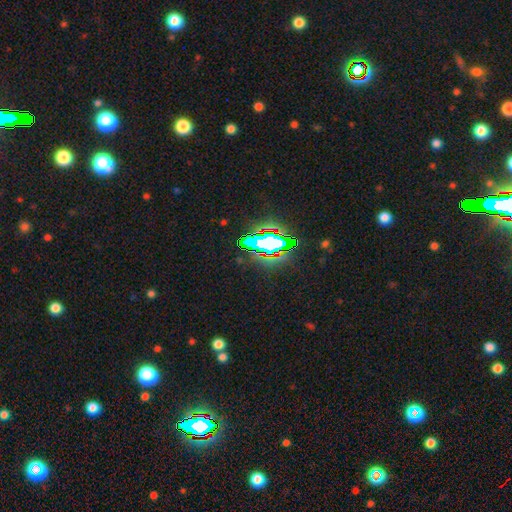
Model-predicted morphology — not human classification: A star or artifact, not a galaxy (78%).

Vote fractions:
- Smooth or featured? star or artifact: 78% / smooth: 13% / featured or disk: 9%